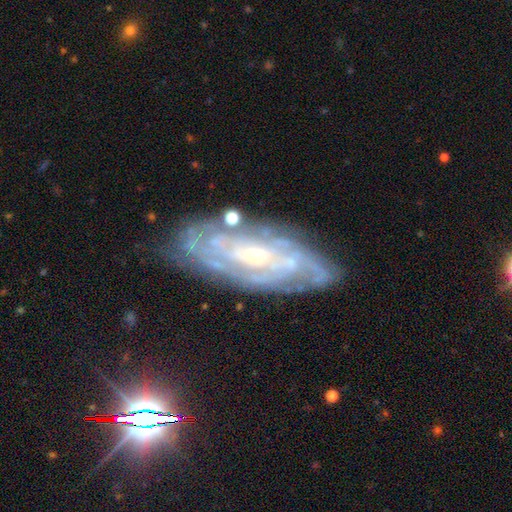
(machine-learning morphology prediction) A featured or disk galaxy (84%) with no bar (59%), tight (75%) spiral arms (94%) and a small central bulge (65%). Merging: none (77%).